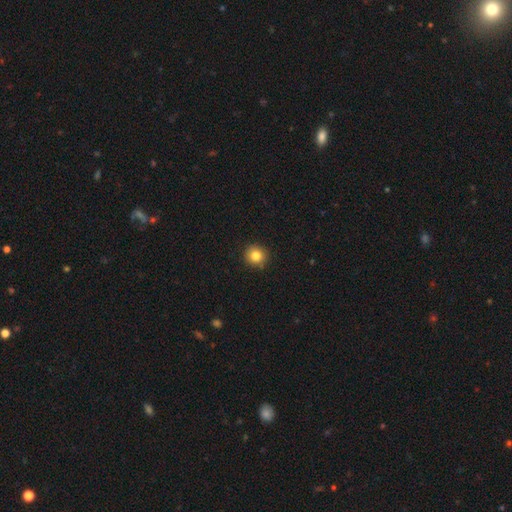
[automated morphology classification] smooth_or_featured: smooth (p=0.83) [alt: star or artifact p=0.11]
how_rounded: round (p=0.92) [alt: in between p=0.07]
merging: none (p=0.91) [alt: minor disturbance p=0.06]